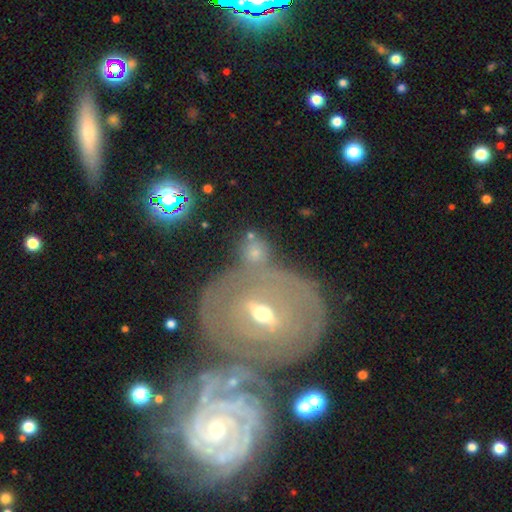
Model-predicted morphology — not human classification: smooth_or_featured: featured or disk (p=0.52) [alt: smooth p=0.35]
disk_edge_on: no (p=0.90) [alt: yes p=0.10]
merging: none (p=0.49) [alt: merger p=0.29]